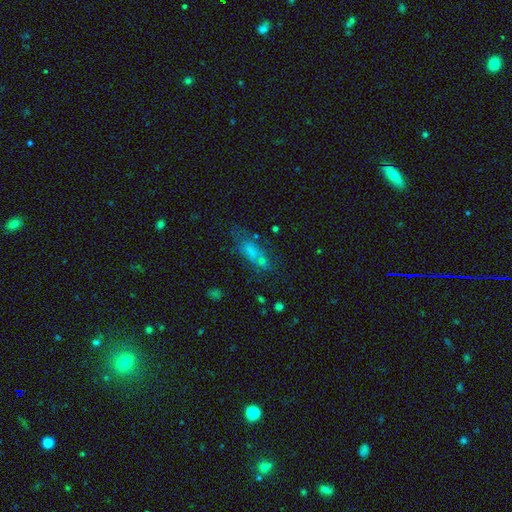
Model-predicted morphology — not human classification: This is possibly a smooth galaxy (55%). How rounded: possibly in between (54%). Merging: possibly none (52%).